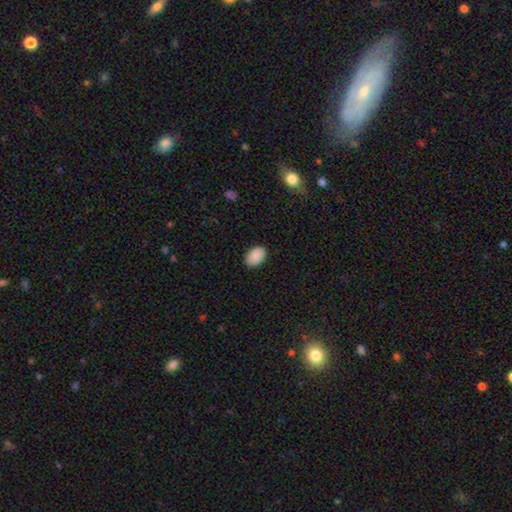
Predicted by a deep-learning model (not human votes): Overall: smooth (90%). How rounded: in between (86%). Merging: none (88%).